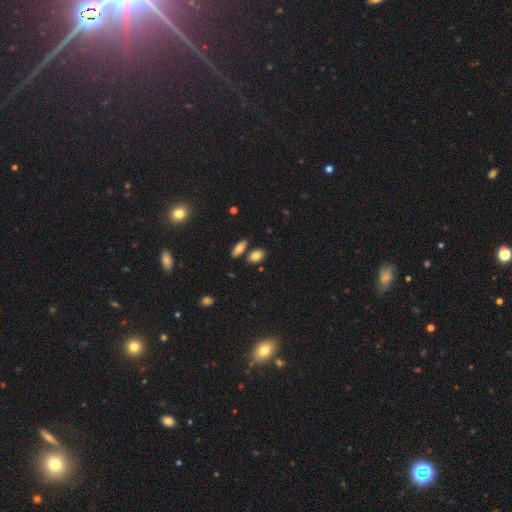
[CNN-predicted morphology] Smooth or featured?
  - smooth: 82% *
  - star or artifact: 9%
  - featured or disk: 9%
How rounded?
  - in between: 83% *
  - round: 13%
  - cigar-shaped: 4%
Merging?
  - none: 74% *
  - merger: 12%
  - minor disturbance: 11%
  - major disturbance: 3%